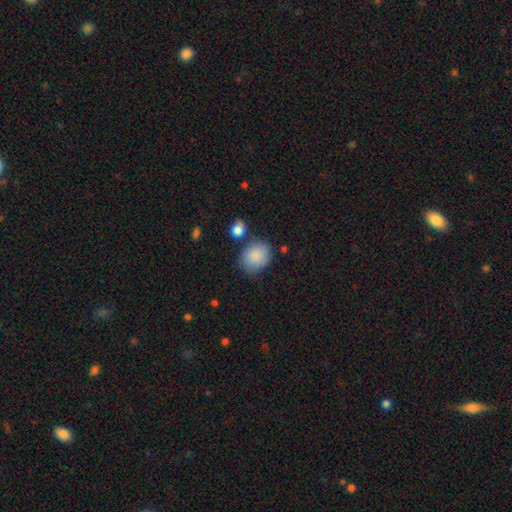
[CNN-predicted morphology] Overall: smooth (86%). How rounded: round (58%; in between 41%). Merging: none (70%).